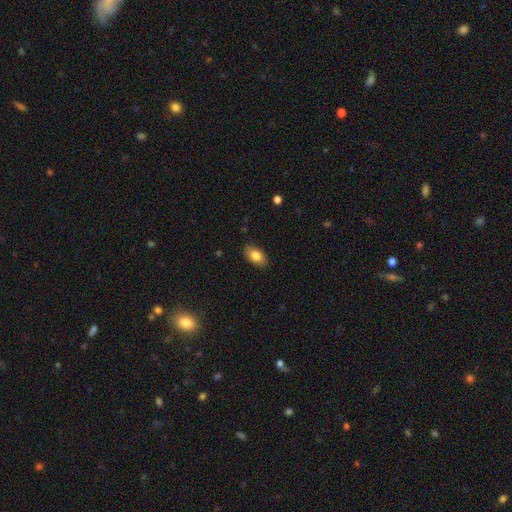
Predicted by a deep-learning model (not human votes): Overall: smooth (82%). How rounded: in between (91%). Merging: none (86%).